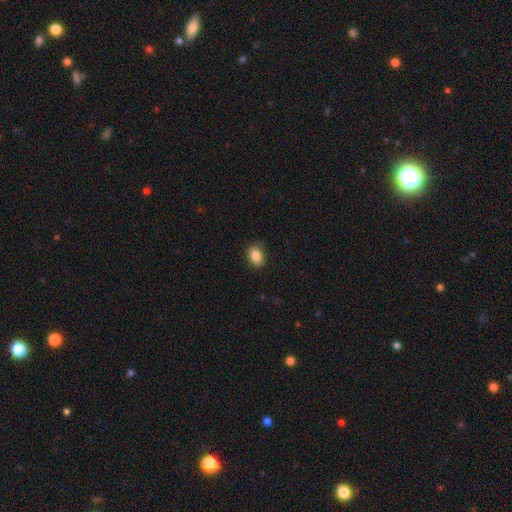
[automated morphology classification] smooth_or_featured: smooth (p=0.87) [alt: star or artifact p=0.09]
how_rounded: in between (p=0.76) [alt: round p=0.22]
merging: none (p=0.85) [alt: minor disturbance p=0.11]